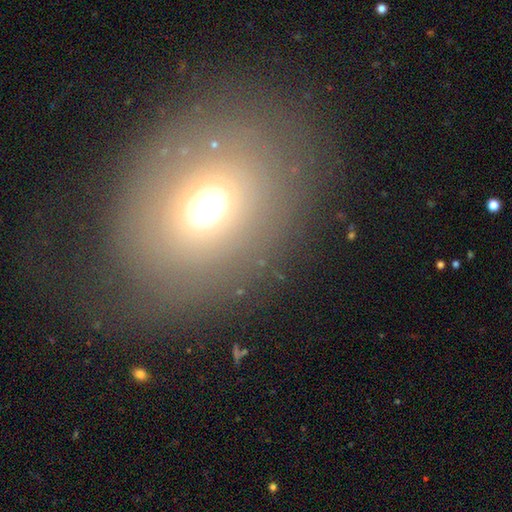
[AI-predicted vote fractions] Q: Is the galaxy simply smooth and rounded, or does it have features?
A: smooth — 61%.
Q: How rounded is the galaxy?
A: in between — 52%.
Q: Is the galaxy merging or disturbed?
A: none — 74%.